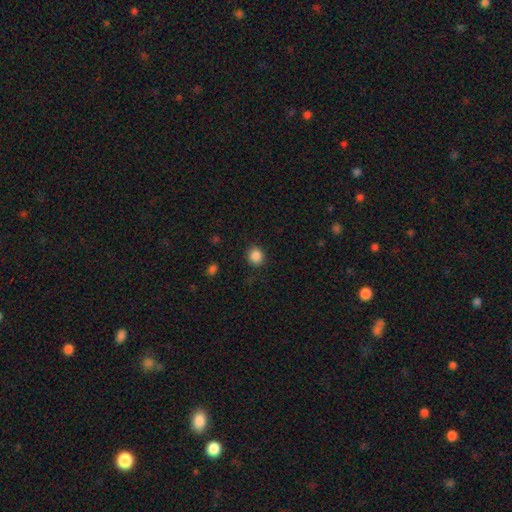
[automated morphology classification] Smooth or featured? smooth (87%)
How rounded? round (79%)
Merging? none (89%)